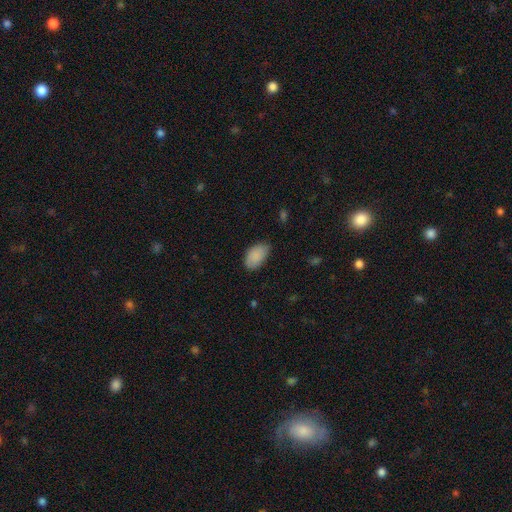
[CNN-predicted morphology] A smooth galaxy with no disk features (88%) that is in between round and cigar-shaped (93%).

Vote fractions:
- Smooth or featured? smooth: 88% / star or artifact: 7% / featured or disk: 5%
- How rounded? in between: 93% / round: 6% / cigar-shaped: 1%
- Merging? none: 67% / minor disturbance: 28% / major disturbance: 5% / merger: 1%